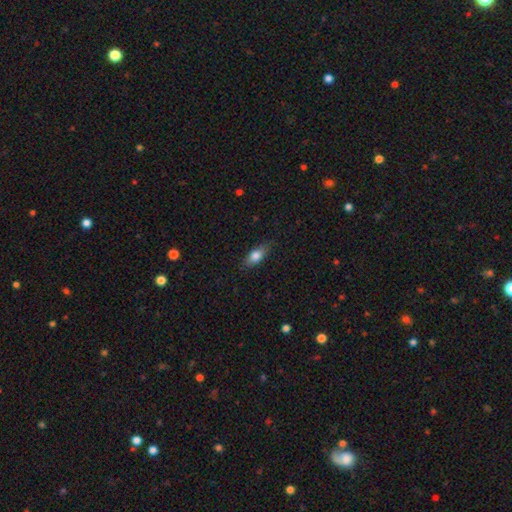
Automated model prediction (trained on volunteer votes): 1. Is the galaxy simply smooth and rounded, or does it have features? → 79% smooth, 14% featured or disk, 7% star or artifact.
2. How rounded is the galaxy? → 80% in between, 15% cigar-shaped, 4% round.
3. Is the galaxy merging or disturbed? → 80% none, 16% minor disturbance, 3% major disturbance, 1% merger.